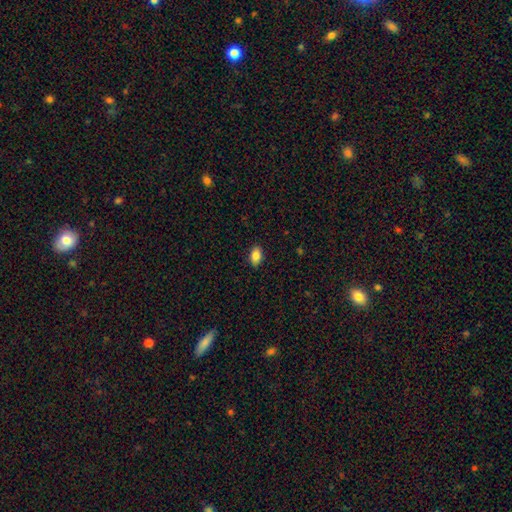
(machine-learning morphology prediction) smooth_or_featured: smooth (p=0.86) [alt: star or artifact p=0.08]
how_rounded: in between (p=0.90) [alt: round p=0.07]
merging: none (p=0.89) [alt: minor disturbance p=0.08]